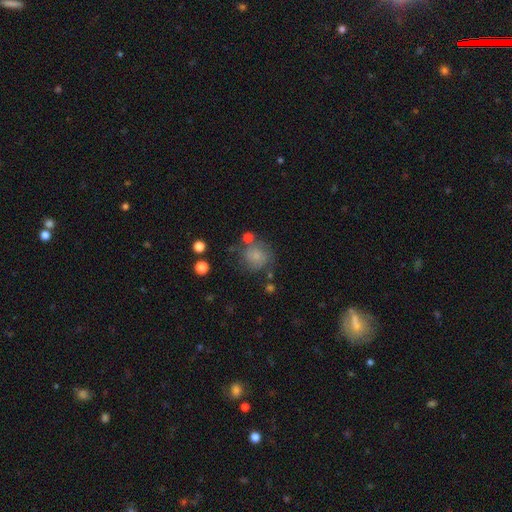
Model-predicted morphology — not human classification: This appears to be a smooth galaxy with no disk features (65%) that is round (86%). Merging: none (61%).